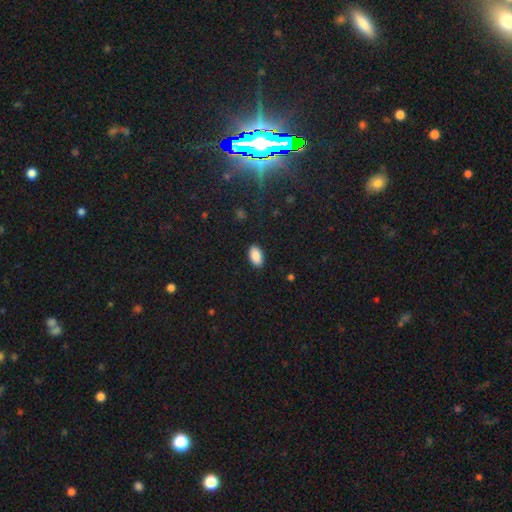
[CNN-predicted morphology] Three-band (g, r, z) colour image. It shows a smooth galaxy with no disk features (89%) that is in between round and cigar-shaped (94%). Merging: none (89%).